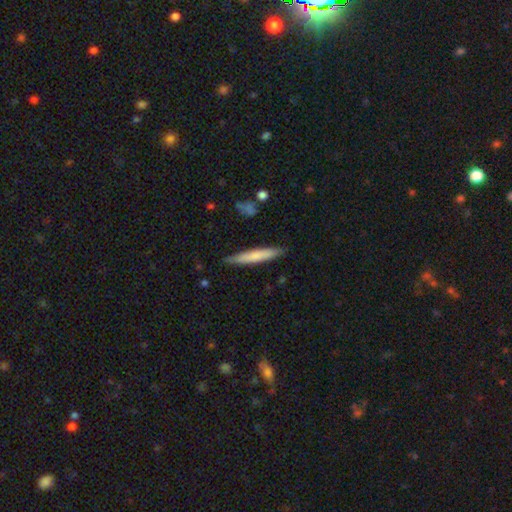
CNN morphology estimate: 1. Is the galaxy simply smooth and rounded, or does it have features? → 71% smooth, 24% featured or disk, 5% star or artifact.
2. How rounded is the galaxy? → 93% cigar-shaped, 6% in between, 1% round.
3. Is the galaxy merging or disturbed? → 85% none, 12% minor disturbance, 2% major disturbance, 1% merger.